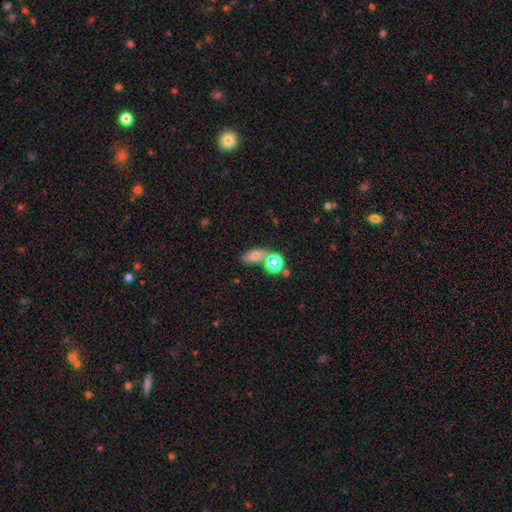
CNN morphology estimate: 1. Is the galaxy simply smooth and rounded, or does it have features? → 63% smooth, 21% star or artifact, 15% featured or disk.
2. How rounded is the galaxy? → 76% in between, 16% round, 8% cigar-shaped.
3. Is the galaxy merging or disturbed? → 46% none, 30% merger, 14% minor disturbance, 9% major disturbance.